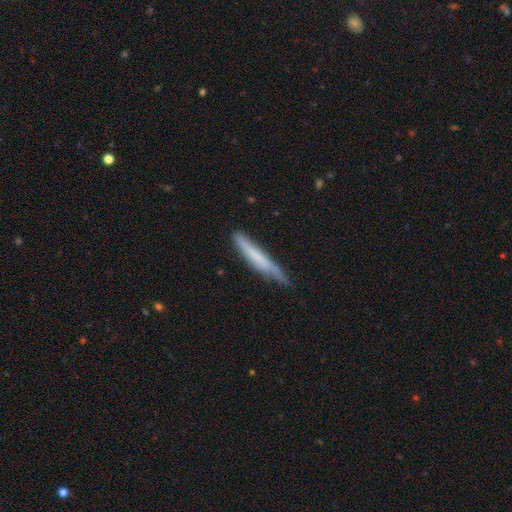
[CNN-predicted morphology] Q: Smooth or featured?
A: smooth (59%); runner-up: featured or disk (35%)
Q: How rounded?
A: cigar-shaped (94%); runner-up: in between (5%)
Q: Merging?
A: none (60%); runner-up: minor disturbance (31%)